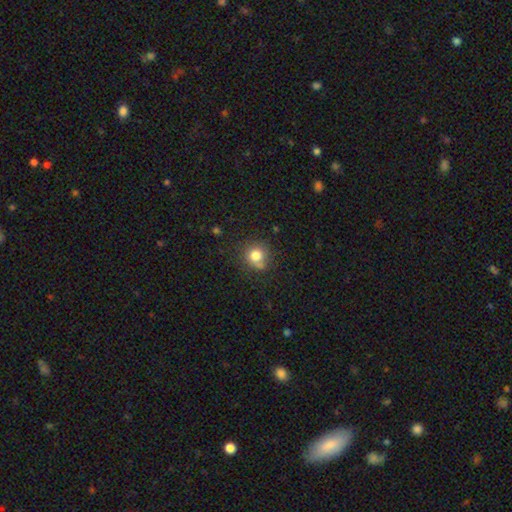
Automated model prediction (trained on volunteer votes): Smooth or featured?
  - smooth: 79% *
  - star or artifact: 12%
  - featured or disk: 9%
How rounded?
  - round: 86% *
  - in between: 13%
  - cigar-shaped: 1%
Merging?
  - none: 69% *
  - minor disturbance: 20%
  - major disturbance: 6%
  - merger: 5%